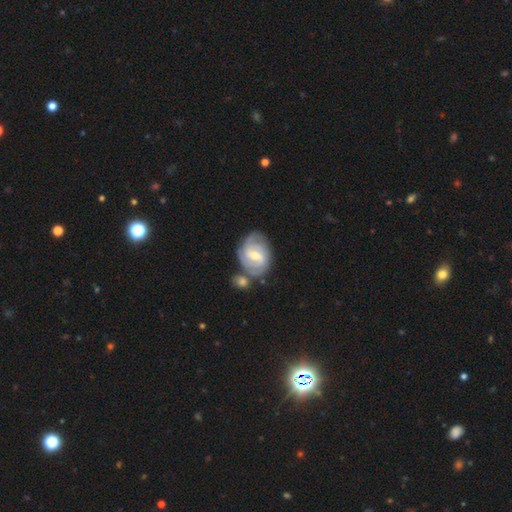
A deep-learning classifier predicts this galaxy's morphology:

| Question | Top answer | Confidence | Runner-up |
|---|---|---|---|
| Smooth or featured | featured or disk | 77% | smooth (17%) |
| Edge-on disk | no | 97% | yes (3%) |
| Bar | weak | 59% | strong (22%) |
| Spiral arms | yes | 91% | no (9%) |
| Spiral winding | tight | 50% | medium (38%) |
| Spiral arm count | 2 | 45% | can't tell (26%) |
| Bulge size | moderate | 56% | small (38%) |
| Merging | none | 51% | merger (23%) |